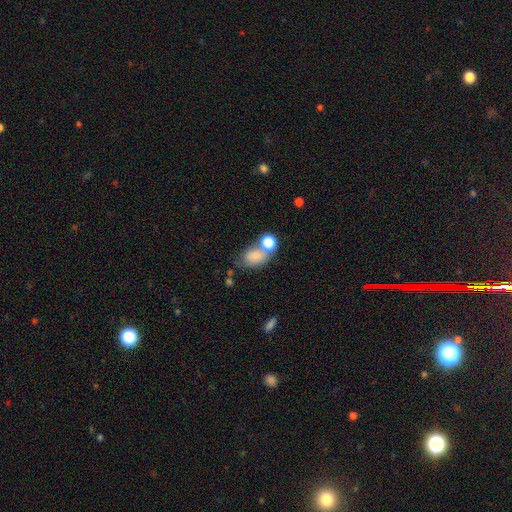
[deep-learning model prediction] smooth 81%, star or artifact 10%, featured or disk 10%. Down the decision tree: how rounded — in between (70%); merging — merger (40%).